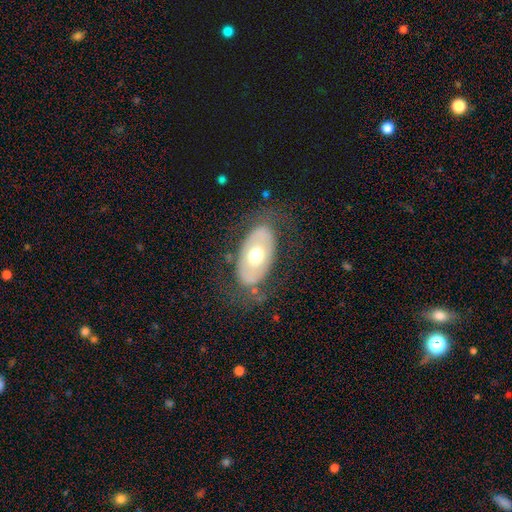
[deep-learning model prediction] smooth-or-featured: featured or disk: 48% | smooth: 46% | star or artifact: 6%
  merging: none: 73% | minor disturbance: 15% | major disturbance: 10% | merger: 2%